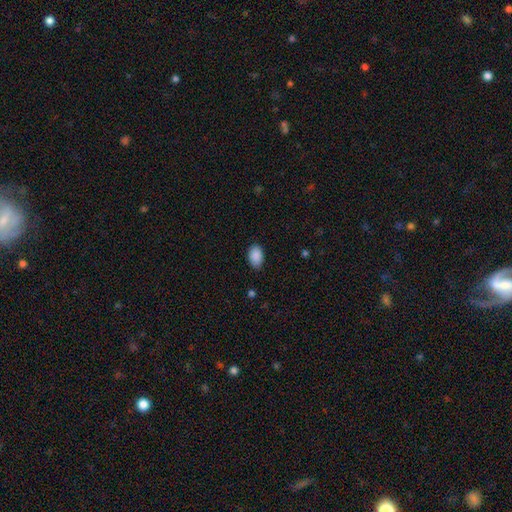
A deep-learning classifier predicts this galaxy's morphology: Smooth or featured? Predicted: smooth (p=0.90). How rounded? Predicted: in between (p=0.90). Merging? Predicted: none (p=0.81).